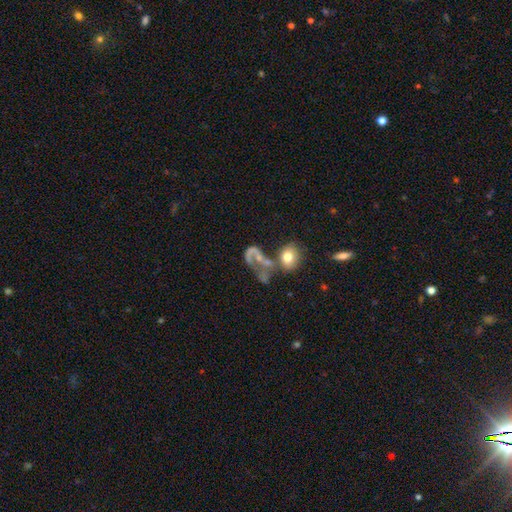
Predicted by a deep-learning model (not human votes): The model was most divided on "merging": merger: 36%, major disturbance: 34%, none: 19%, minor disturbance: 11%. Remaining: edge-on disk — no (97%); bar — no (68%); smooth or featured — featured or disk (57%); spiral arms — yes (56%); bulge size — small (34%).